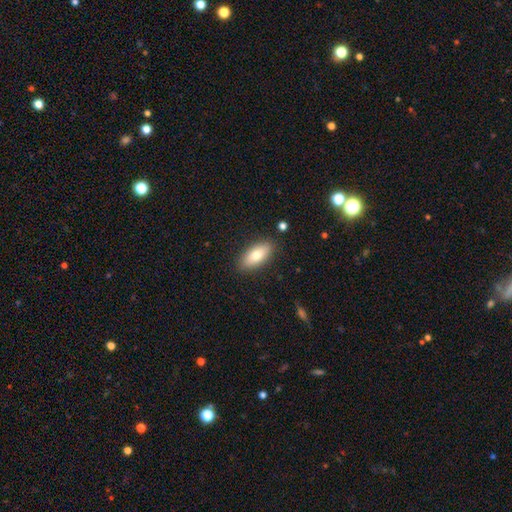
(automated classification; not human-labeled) smooth 77%, featured or disk 16%, star or artifact 7%. Down the decision tree: how rounded — in between (86%); merging — none (88%).